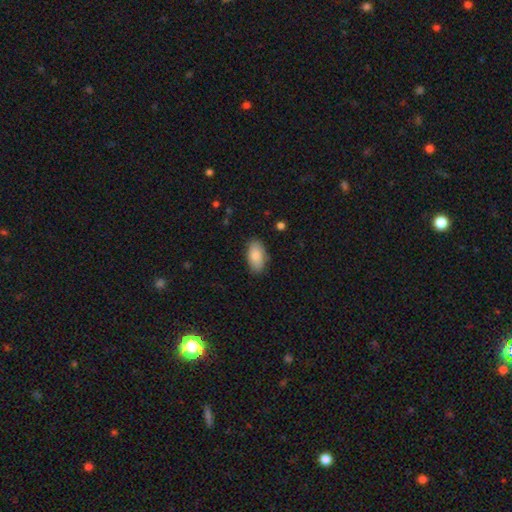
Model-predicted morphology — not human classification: A smooth galaxy with no disk features (85%) that is in between round and cigar-shaped (94%). Merging: none (82%).